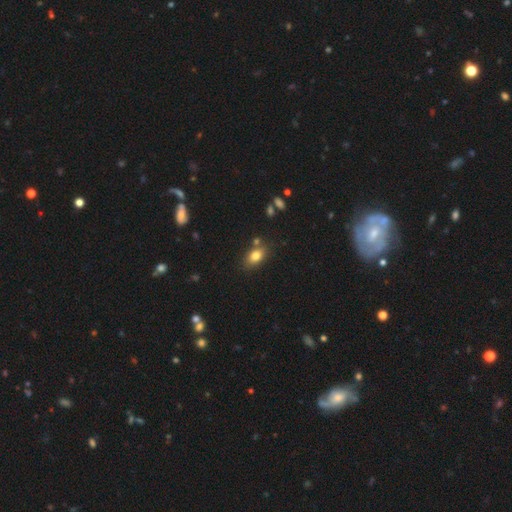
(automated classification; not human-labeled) A smooth galaxy with no disk features (80%) that is in between round and cigar-shaped (82%).

Vote fractions:
- Smooth or featured? smooth: 80% / featured or disk: 10% / star or artifact: 10%
- How rounded? in between: 82% / round: 16% / cigar-shaped: 3%
- Merging? none: 74% / minor disturbance: 14% / merger: 9% / major disturbance: 3%